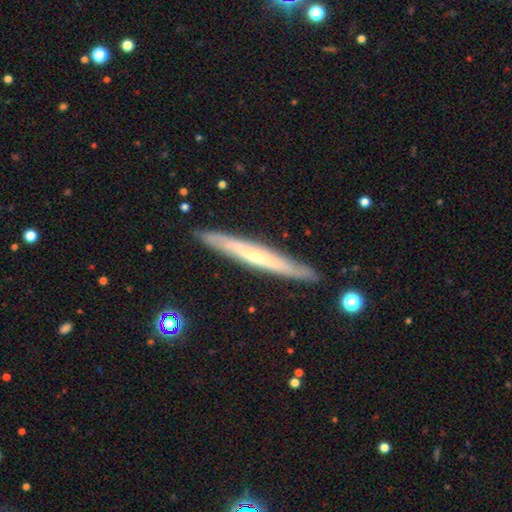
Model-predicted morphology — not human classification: type=featured or disk (64%); edge-on=yes (90%); edge-on bulge=none (50%); merging=none (89%).